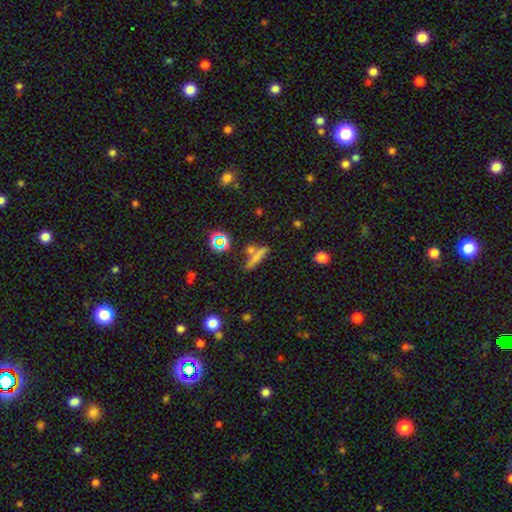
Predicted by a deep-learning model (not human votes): This appears to be a smooth galaxy with no disk features (63%) that is cigar-shaped (70%). Merging: none (59%).